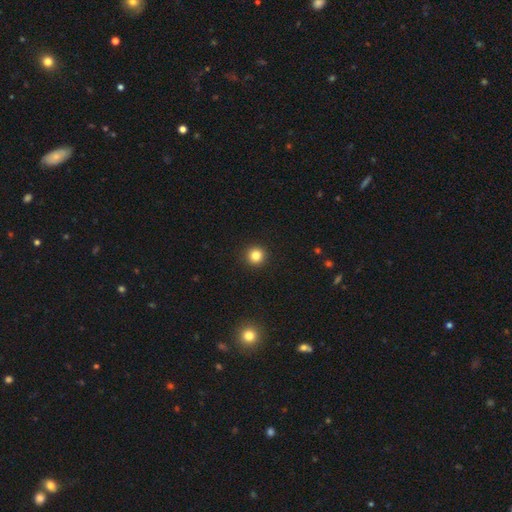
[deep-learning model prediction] A smooth galaxy with no disk features (83%) that is round (95%).

Vote fractions:
- Smooth or featured? smooth: 83% / star or artifact: 12% / featured or disk: 5%
- How rounded? round: 95% / in between: 4% / cigar-shaped: 1%
- Merging? none: 93% / minor disturbance: 5% / major disturbance: 2% / merger: 1%